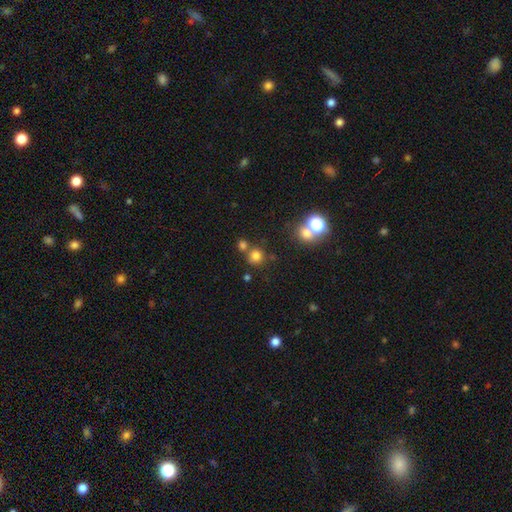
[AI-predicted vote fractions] Smooth or featured? smooth (74%)
How rounded? round (89%)
Merging? none (67%)